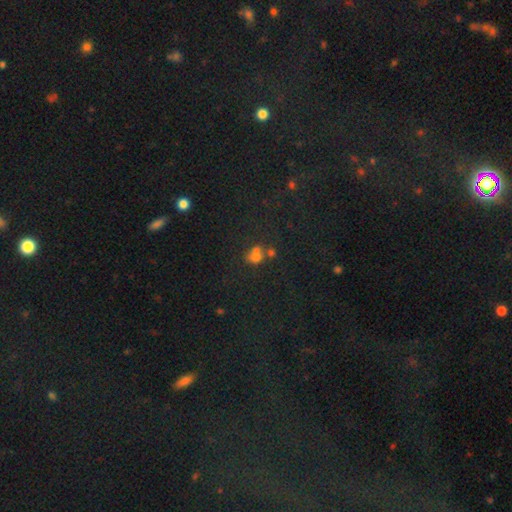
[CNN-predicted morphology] The model was most divided on "merging": merger: 44%, none: 35%, minor disturbance: 13%, major disturbance: 9%. More confident: how rounded — round (64%); smooth or featured — smooth (61%).